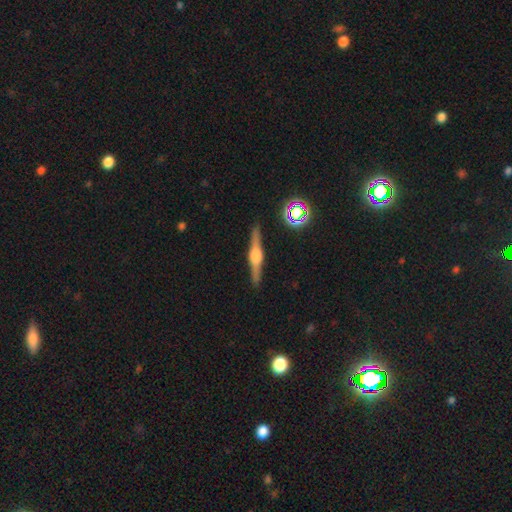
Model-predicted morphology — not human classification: The model was most divided on "smooth or featured": featured or disk: 80%, smooth: 14%, star or artifact: 7%. More confident: edge-on disk — yes (98%); merging — none (90%); edge-on bulge — rounded (87%).